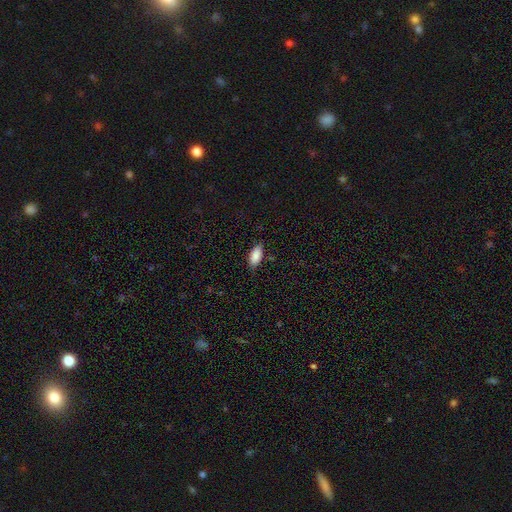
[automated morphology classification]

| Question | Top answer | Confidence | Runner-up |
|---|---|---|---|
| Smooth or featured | smooth | 88% | star or artifact (6%) |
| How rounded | in between | 90% | cigar-shaped (8%) |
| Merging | none | 83% | minor disturbance (13%) |